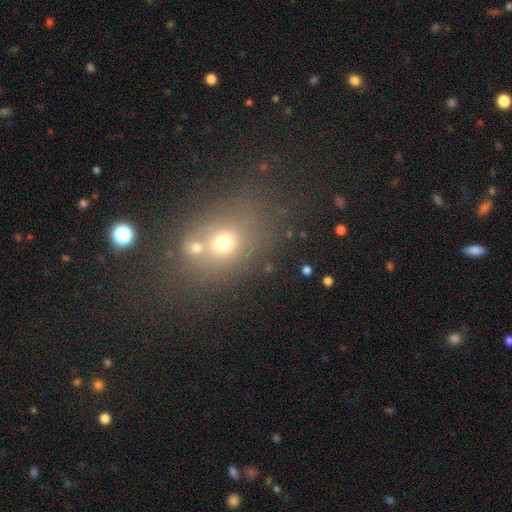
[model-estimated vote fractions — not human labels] A smooth galaxy with no disk features (51%) that is round (53%).

Vote fractions:
- Smooth or featured? smooth: 51% / star or artifact: 33% / featured or disk: 16%
- How rounded? round: 53% / in between: 45% / cigar-shaped: 2%
- Merging? none: 59% / merger: 26% / minor disturbance: 10% / major disturbance: 5%